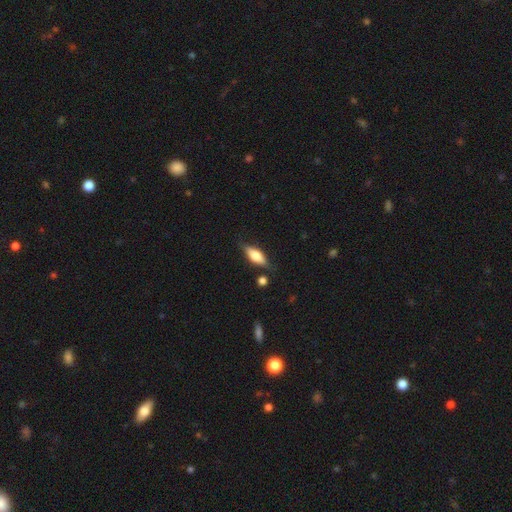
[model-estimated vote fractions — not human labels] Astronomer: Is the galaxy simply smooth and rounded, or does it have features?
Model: smooth — 56% (runner-up: featured or disk, 37%).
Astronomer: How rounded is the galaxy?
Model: in between — 67%.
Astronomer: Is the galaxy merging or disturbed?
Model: none — 76%.